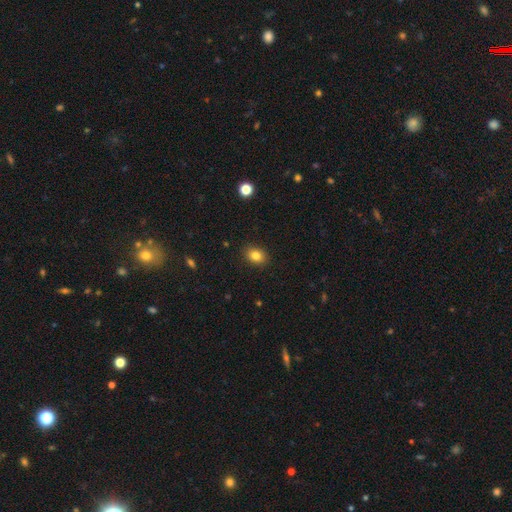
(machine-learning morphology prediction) Smooth or featured? Predicted: smooth (p=0.82). How rounded? Predicted: in between (p=0.61). Merging? Predicted: none (p=0.89).